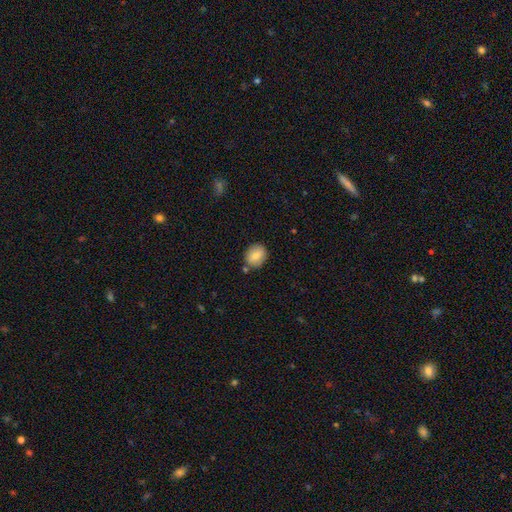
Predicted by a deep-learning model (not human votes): This is clearly a smooth galaxy (81%). How rounded: likely round (66%). Merging: clearly none (81%).